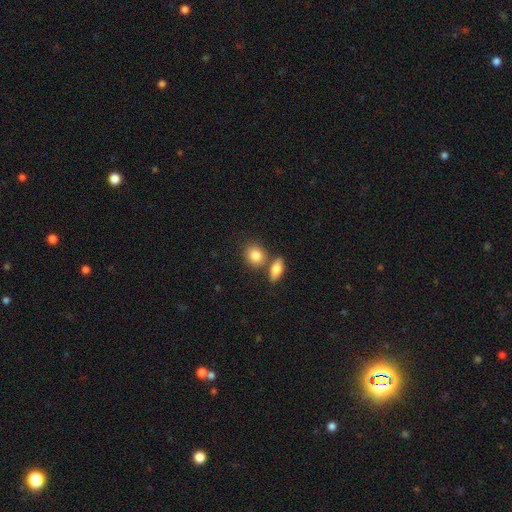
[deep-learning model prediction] Smooth or featured? Predicted: smooth (p=0.83). How rounded? Predicted: round (p=0.54). Merging? Predicted: none (p=0.59).